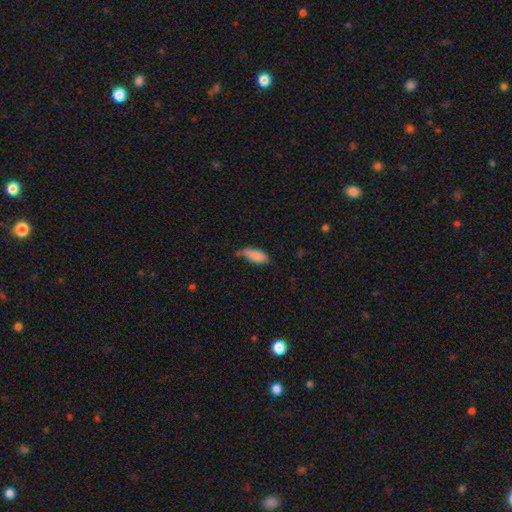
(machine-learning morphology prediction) This is clearly a smooth galaxy (87%). How rounded: clearly in between (81%). Merging: possibly none (54%).